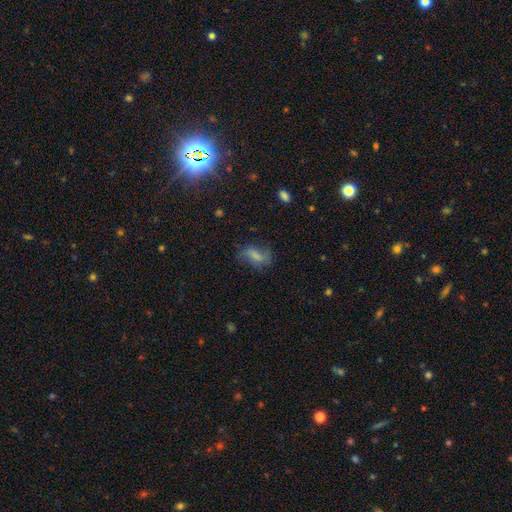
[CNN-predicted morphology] Smooth or featured? smooth (53%)
How rounded? in between (79%)
Merging? none (57%)